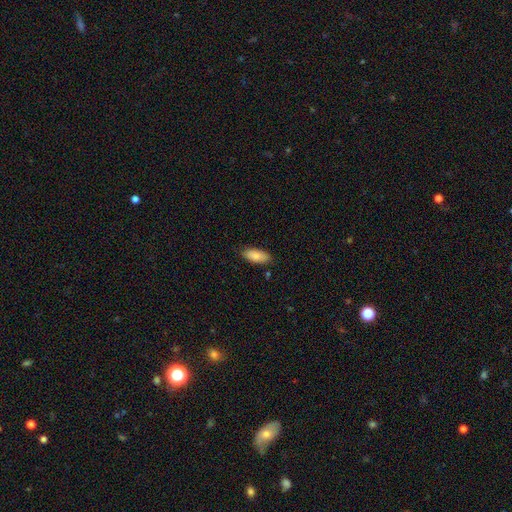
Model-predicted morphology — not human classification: smooth 86%, featured or disk 8%, star or artifact 6%. Down the decision tree: how rounded — in between (85%); merging — none (86%).